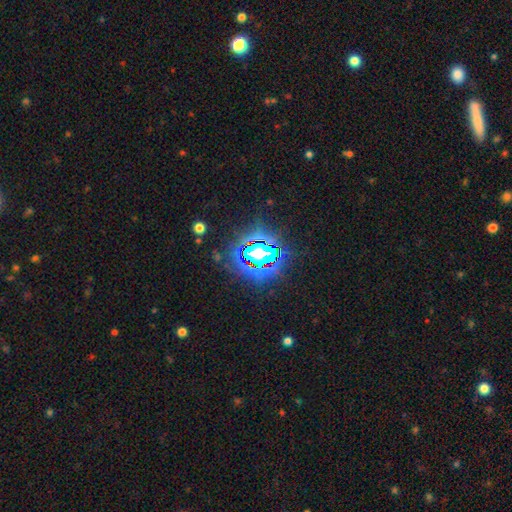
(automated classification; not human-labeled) Smooth or featured?
  - star or artifact: 73% *
  - smooth: 15%
  - featured or disk: 12%